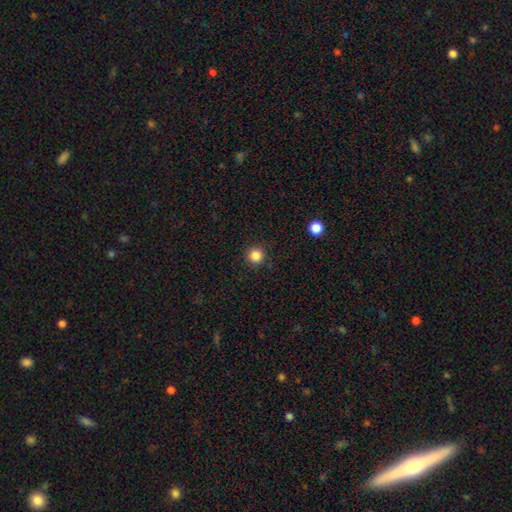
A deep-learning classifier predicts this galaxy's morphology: smooth 85%, star or artifact 11%, featured or disk 3%. Down the decision tree: how rounded — round (95%); merging — none (91%).